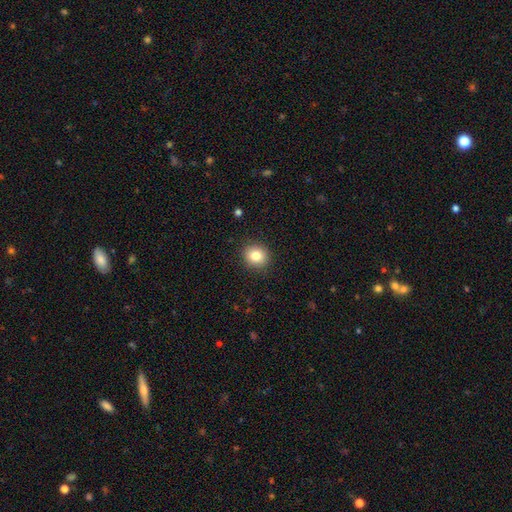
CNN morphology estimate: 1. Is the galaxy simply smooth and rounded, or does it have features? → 83% smooth, 10% star or artifact, 7% featured or disk.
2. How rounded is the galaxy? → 80% round, 19% in between, 1% cigar-shaped.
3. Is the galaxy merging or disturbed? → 90% none, 7% minor disturbance, 2% major disturbance, 1% merger.